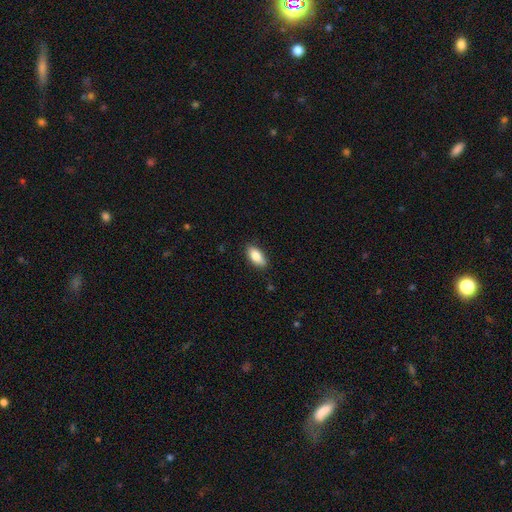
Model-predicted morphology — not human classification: Smooth or featured? Predicted: smooth (p=0.81). How rounded? Predicted: in between (p=0.87). Merging? Predicted: none (p=0.84).